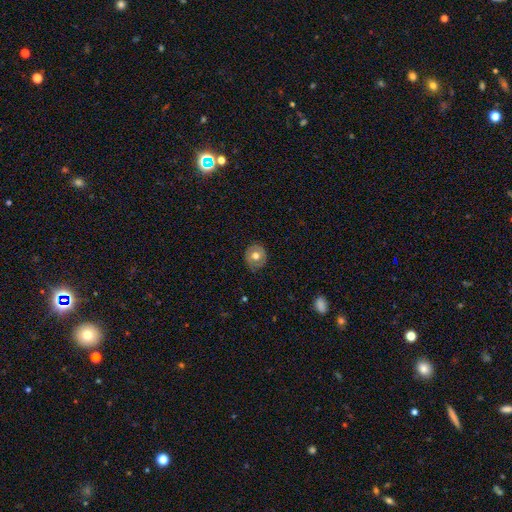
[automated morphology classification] Smooth or featured: smooth — 57% (featured or disk — 36%)
How rounded: round — 84% (in between — 15%)
Merging: none — 82% (minor disturbance — 14%)